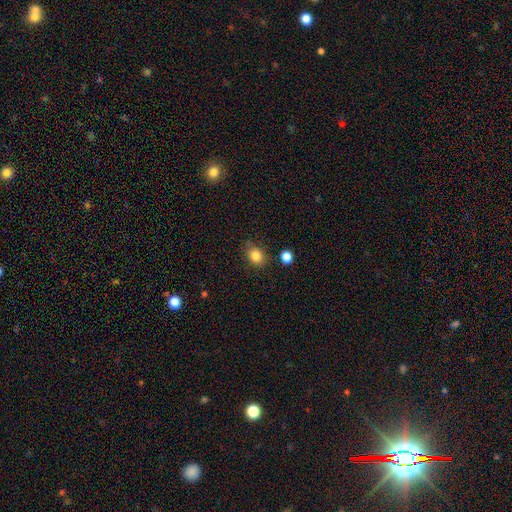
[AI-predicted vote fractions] This appears to be a smooth galaxy with no disk features (84%) that is in between round and cigar-shaped (51%). Merging: none (77%).